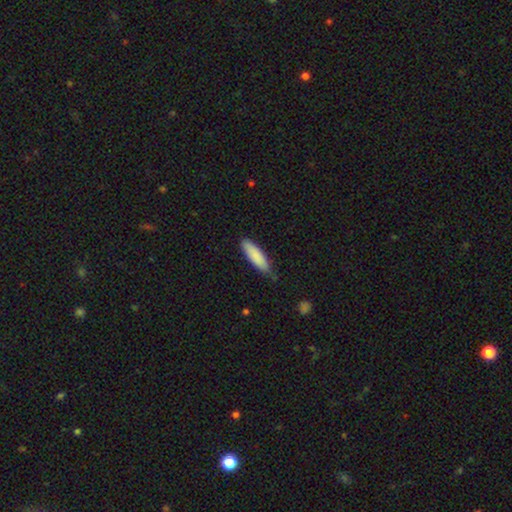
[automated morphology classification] Smooth or featured: smooth — 86% (featured or disk — 9%)
How rounded: cigar-shaped — 60% (in between — 39%)
Merging: none — 75% (minor disturbance — 21%)